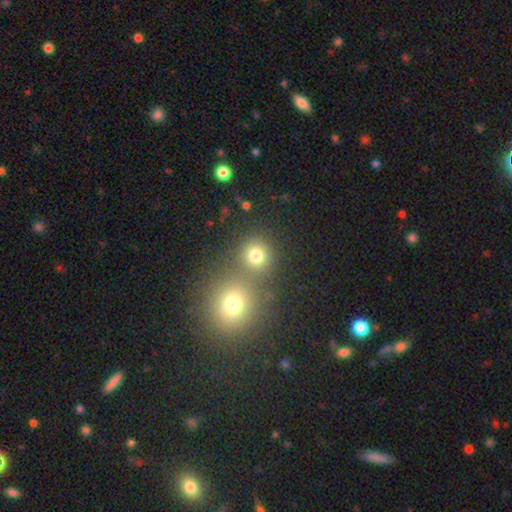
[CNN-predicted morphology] Smooth or featured?
  - smooth: 76% *
  - star or artifact: 17%
  - featured or disk: 7%
How rounded?
  - round: 87% *
  - in between: 12%
  - cigar-shaped: 1%
Merging?
  - none: 54% *
  - merger: 37%
  - minor disturbance: 6%
  - major disturbance: 3%